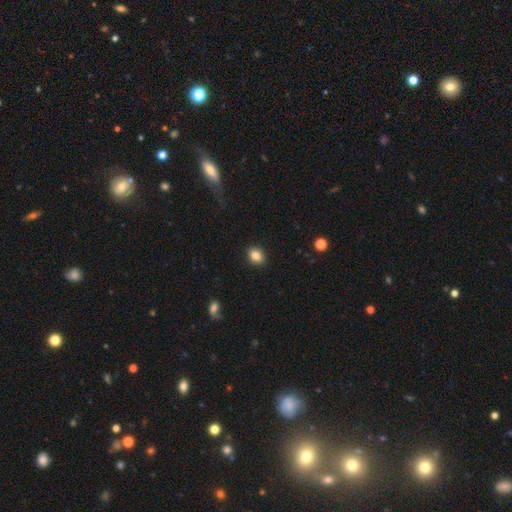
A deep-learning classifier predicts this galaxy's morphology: The model was most divided on "how rounded": in between: 50%, round: 49%, cigar-shaped: 1%. More confident: merging — none (90%); smooth or featured — smooth (85%).